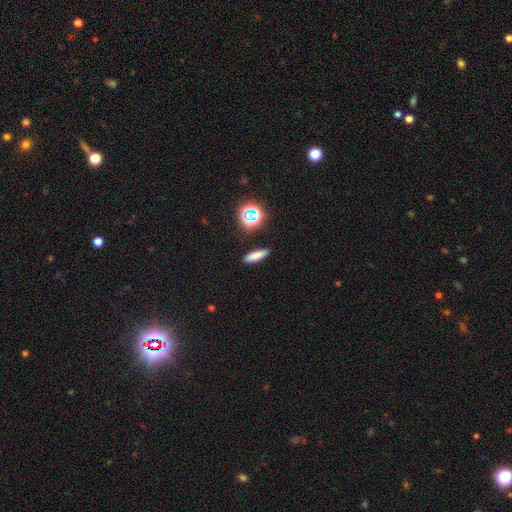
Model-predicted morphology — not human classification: Overall: smooth (77%). How rounded: cigar-shaped (62%; in between 32%). Merging: none (89%).